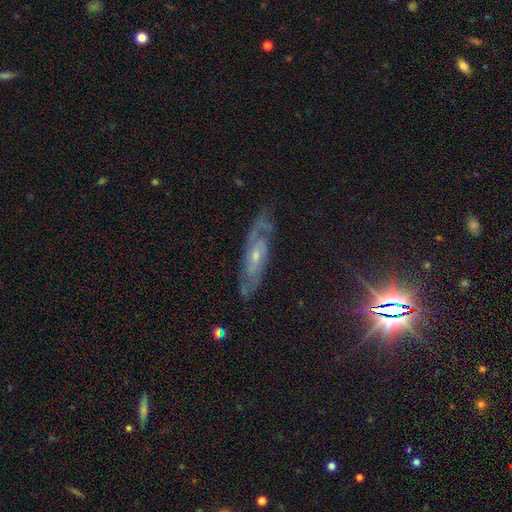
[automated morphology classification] The model was most divided on "spiral winding": tight: 46%, medium: 41%, loose: 13%. Remaining: spiral arms — yes (89%); edge-on disk — no (77%); smooth or featured — featured or disk (76%); merging — none (70%); bulge size — small (60%); bar — no (54%); spiral arm count — 2 (48%).